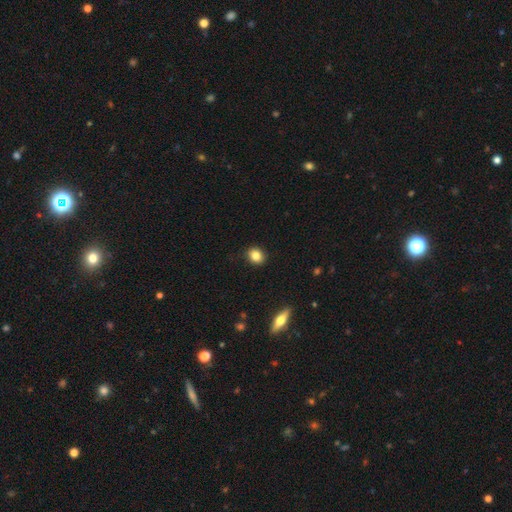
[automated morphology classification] type=smooth (84%); roundness=round (63%); merging=none (88%).